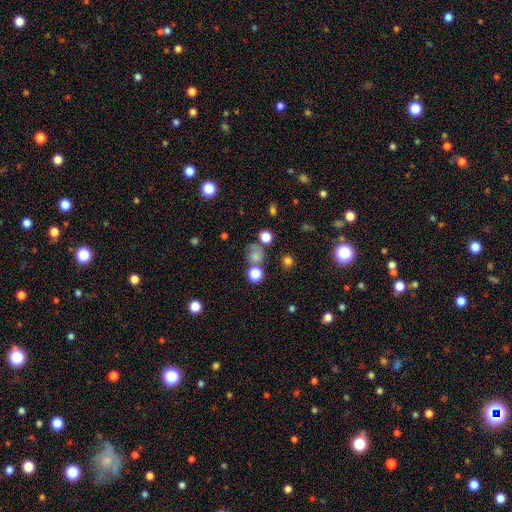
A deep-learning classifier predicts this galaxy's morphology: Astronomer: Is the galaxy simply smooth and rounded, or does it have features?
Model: smooth — 67%.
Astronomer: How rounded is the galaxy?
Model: round — 79%.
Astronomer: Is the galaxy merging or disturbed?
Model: none — 57%.